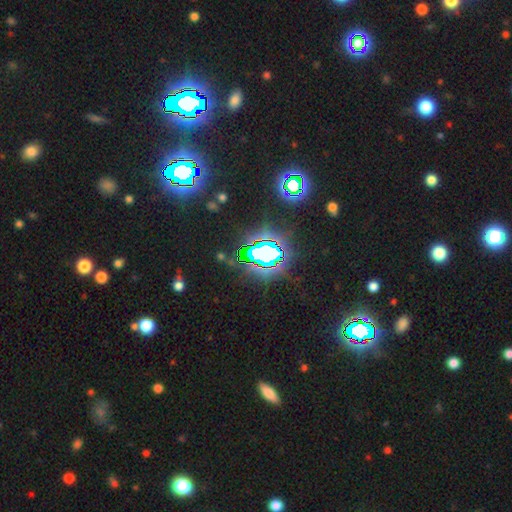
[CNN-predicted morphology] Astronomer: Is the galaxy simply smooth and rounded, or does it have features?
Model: star or artifact — 82%.